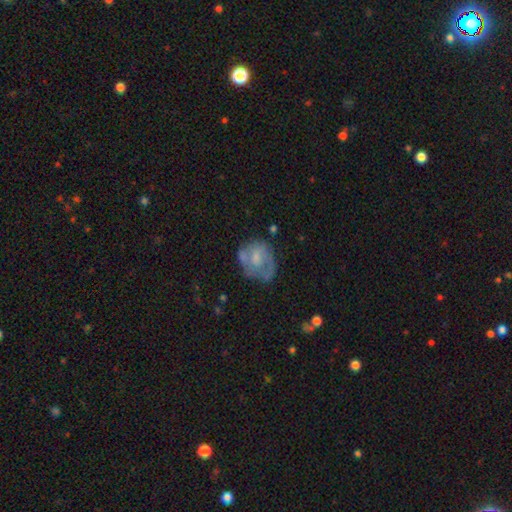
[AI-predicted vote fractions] Smooth or featured?
  - featured or disk: 53% *
  - smooth: 39%
  - star or artifact: 9%
Edge-on disk?
  - no: 97% *
  - yes: 3%
Bar?
  - no: 67% *
  - weak: 28%
  - strong: 5%
Spiral arms?
  - no: 53% *
  - yes: 47%
Bulge size?
  - moderate: 37% *
  - small: 35%
  - none: 21%
  - large: 5%
  - dominant: 1%
Merging?
  - none: 48% *
  - minor disturbance: 26%
  - major disturbance: 18%
  - merger: 8%